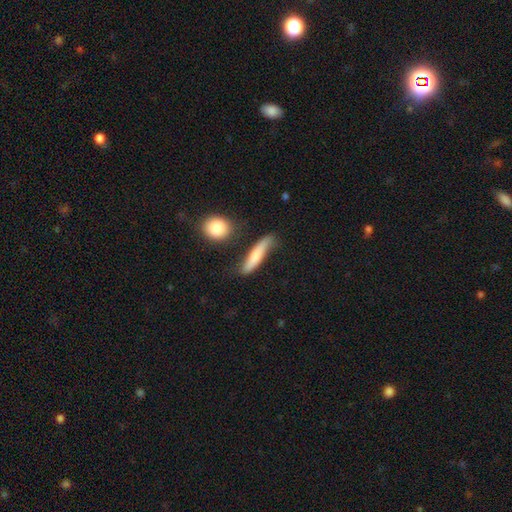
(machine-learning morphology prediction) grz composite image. It shows a smooth galaxy with no disk features (70%) that is cigar-shaped (85%). Merging: none (65%).